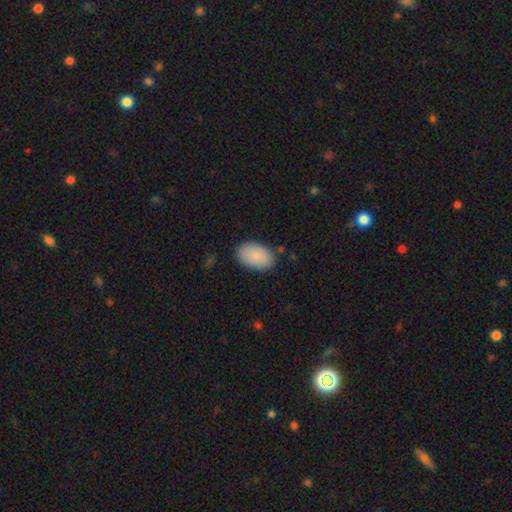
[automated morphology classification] smooth 87%, featured or disk 7%, star or artifact 6%. Down the decision tree: how rounded — in between (92%); merging — none (84%).